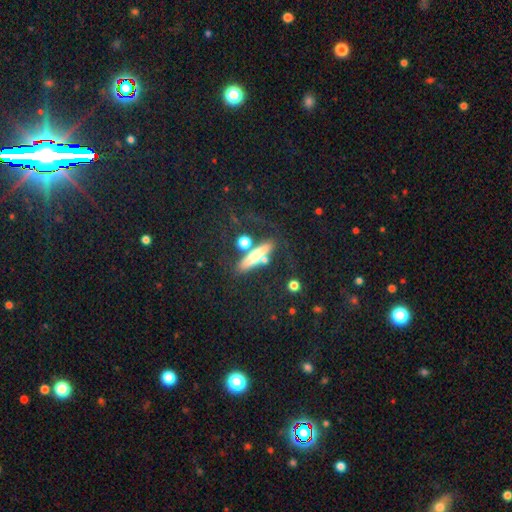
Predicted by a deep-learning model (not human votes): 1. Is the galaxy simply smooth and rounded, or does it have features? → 51% featured or disk, 39% smooth, 10% star or artifact.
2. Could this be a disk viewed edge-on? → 85% yes, 15% no.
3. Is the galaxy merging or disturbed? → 68% none, 13% minor disturbance, 12% merger, 6% major disturbance.